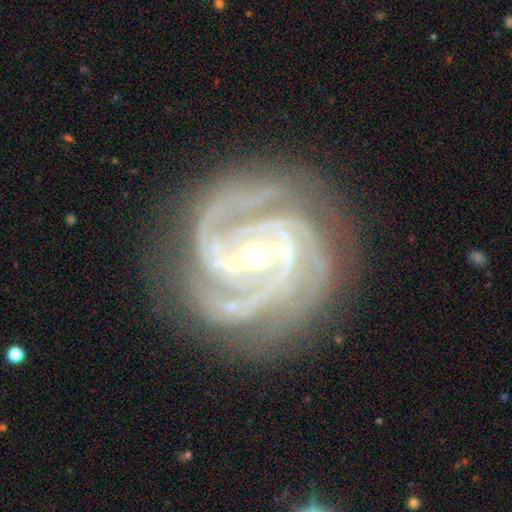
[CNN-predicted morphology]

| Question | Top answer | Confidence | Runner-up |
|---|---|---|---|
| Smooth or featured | featured or disk | 93% | star or artifact (4%) |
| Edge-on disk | no | 98% | yes (2%) |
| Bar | strong | 60% | weak (31%) |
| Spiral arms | yes | 99% | no (1%) |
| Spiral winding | tight | 66% | medium (31%) |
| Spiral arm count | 3 | 42% | 4 (26%) |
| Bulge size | small | 52% | moderate (44%) |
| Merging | none | 77% | minor disturbance (16%) |